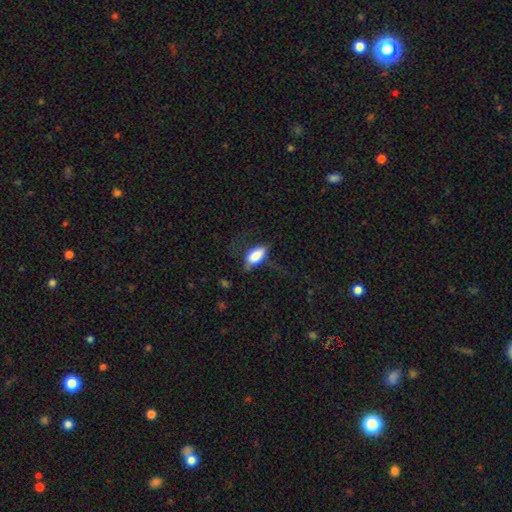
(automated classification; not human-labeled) This is likely a smooth galaxy (75%). How rounded: clearly in between (88%). Merging: possibly none (47%).